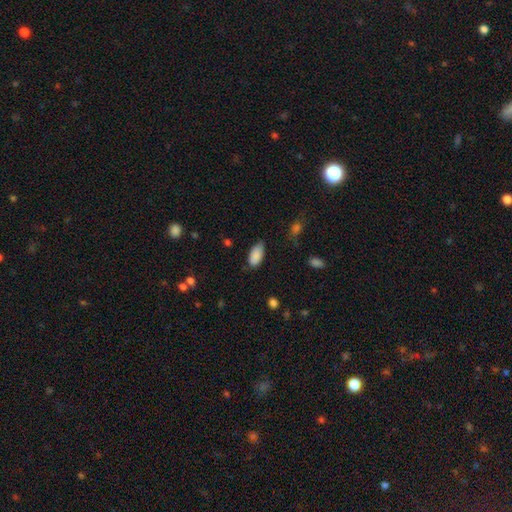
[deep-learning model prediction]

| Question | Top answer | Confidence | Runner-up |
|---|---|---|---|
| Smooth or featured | smooth | 87% | star or artifact (7%) |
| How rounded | in between | 94% | cigar-shaped (4%) |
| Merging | none | 70% | minor disturbance (25%) |